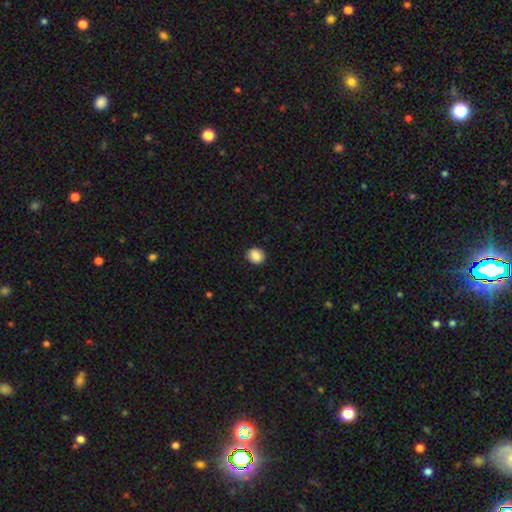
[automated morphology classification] smooth 88%, star or artifact 8%, featured or disk 4%. Down the decision tree: how rounded — round (73%); merging — none (90%).